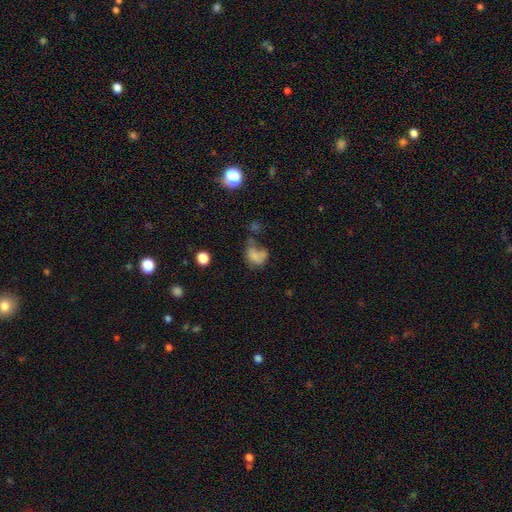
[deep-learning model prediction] The model was most divided on "merging": major disturbance: 35%, merger: 24%, none: 23%, minor disturbance: 18%. More confident: how rounded — in between (70%); smooth or featured — smooth (64%).